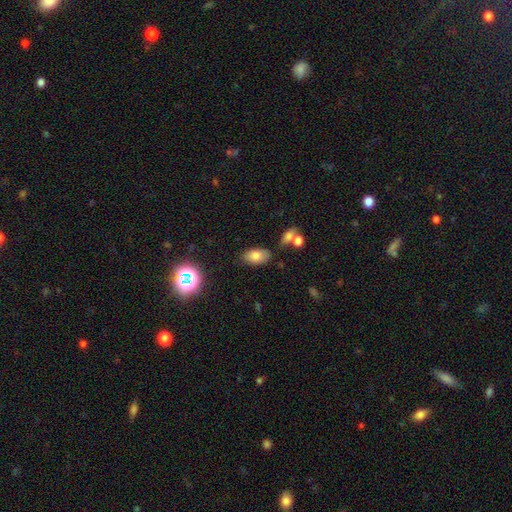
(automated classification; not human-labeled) Smooth or featured? Predicted: smooth (p=0.78). How rounded? Predicted: in between (p=0.92). Merging? Predicted: none (p=0.78).